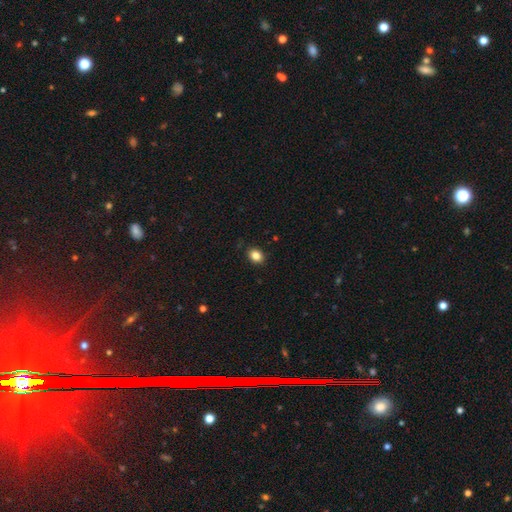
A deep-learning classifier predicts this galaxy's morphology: A smooth galaxy with no disk features (84%) that is round (52%). Merging: none (88%).